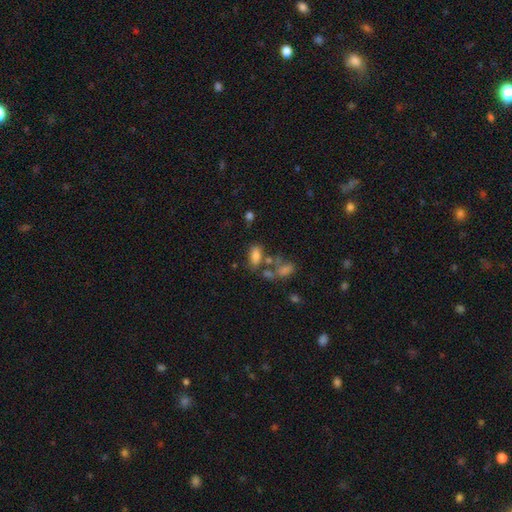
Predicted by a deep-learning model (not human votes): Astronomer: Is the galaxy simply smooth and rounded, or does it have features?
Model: smooth — 76%.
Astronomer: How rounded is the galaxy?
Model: in between — 89%.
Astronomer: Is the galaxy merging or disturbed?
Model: none — 50% (runner-up: merger, 25%).